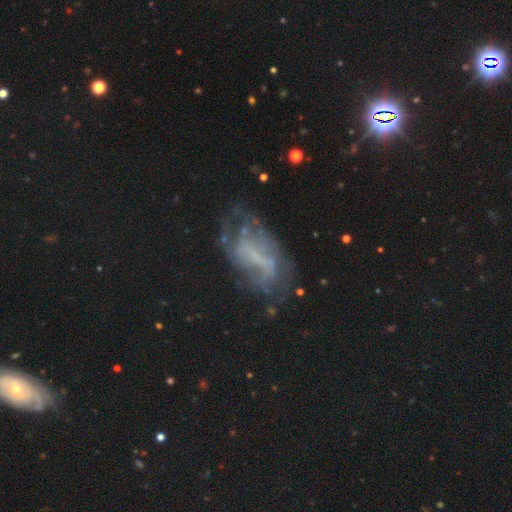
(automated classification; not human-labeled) A featured or disk galaxy (62%) with no bar (49%), spiral arms (54%) and no central bulge (68%). Merging: none (48%).